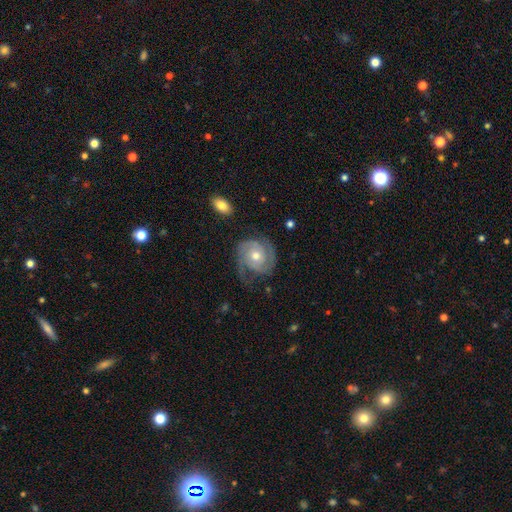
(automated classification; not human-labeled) Smooth or featured?
  - featured or disk: 81% *
  - smooth: 13%
  - star or artifact: 5%
Edge-on disk?
  - no: 98% *
  - yes: 2%
Bar?
  - no: 76% *
  - weak: 20%
  - strong: 4%
Spiral arms?
  - yes: 94% *
  - no: 6%
Spiral winding?
  - tight: 53% *
  - medium: 35%
  - loose: 12%
Spiral arm count?
  - 2: 73% *
  - can't tell: 11%
  - 3: 7%
  - 1: 5%
  - 4: 2%
  - more than 4: 2%
Bulge size?
  - moderate: 68% *
  - small: 26%
  - large: 4%
  - none: 1%
  - dominant: 1%
Merging?
  - none: 64% *
  - minor disturbance: 21%
  - major disturbance: 13%
  - merger: 2%